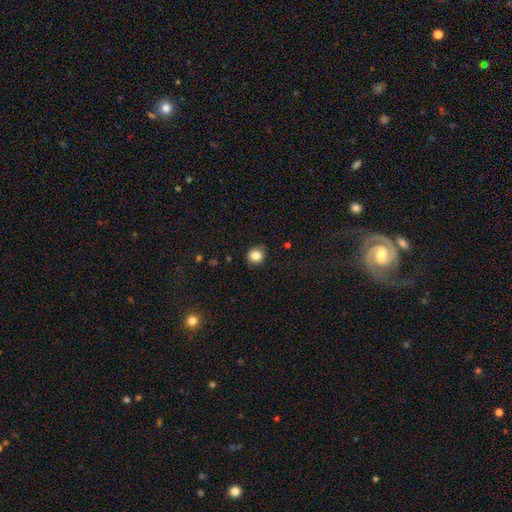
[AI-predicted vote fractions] This appears to be a smooth galaxy with no disk features (84%) that is round (86%). Merging: none (82%).